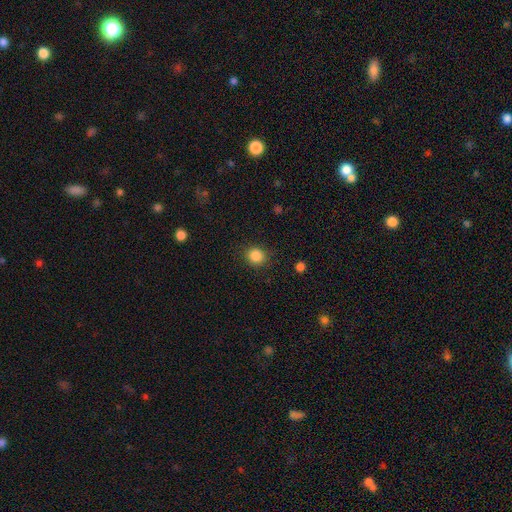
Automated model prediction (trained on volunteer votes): This is clearly a smooth galaxy (86%). How rounded: clearly round (87%). Merging: clearly none (88%).